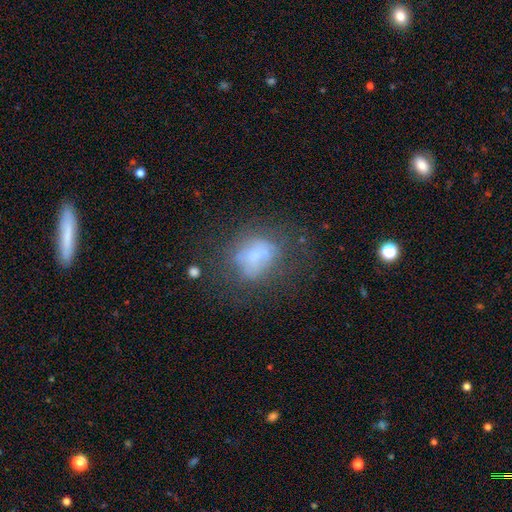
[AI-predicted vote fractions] A smooth galaxy with no disk features (49%). Merging: none (48%).